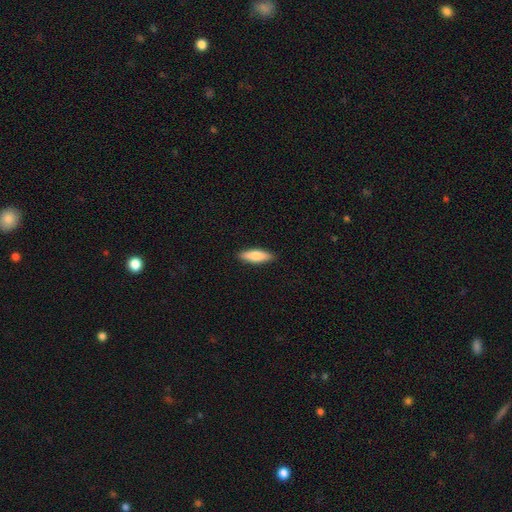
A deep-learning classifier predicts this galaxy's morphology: Smooth or featured? smooth (76%)
How rounded? cigar-shaped (50%)
Merging? none (90%)